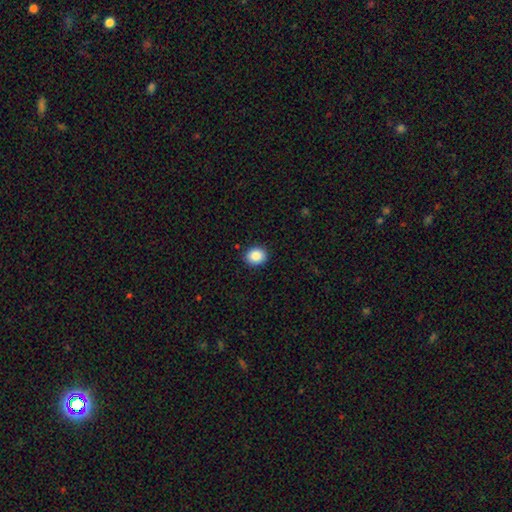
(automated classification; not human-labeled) A smooth galaxy with no disk features (87%) that is round (65%). Merging: none (90%).